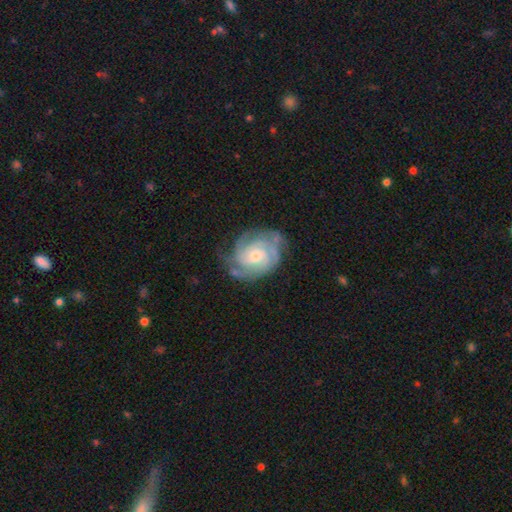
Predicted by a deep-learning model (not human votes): Morphology: type=featured or disk (86%); edge-on=no (98%); bar=no (66%); spiral arms=yes (97%); winding=tight (65%); arm count=3 (31%); bulge=moderate (49%); merging=none (70%).